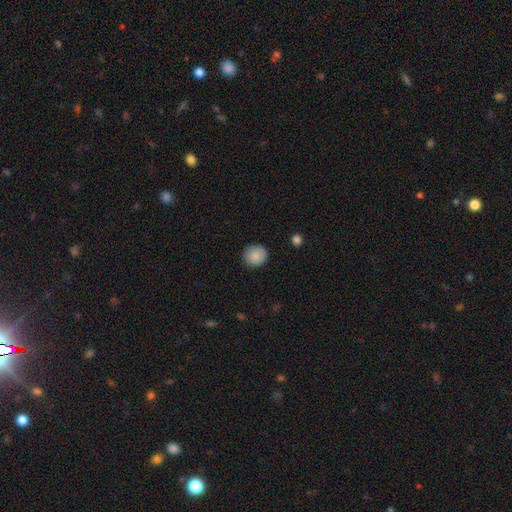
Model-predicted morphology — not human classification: type=smooth (88%); roundness=round (87%); merging=none (88%).